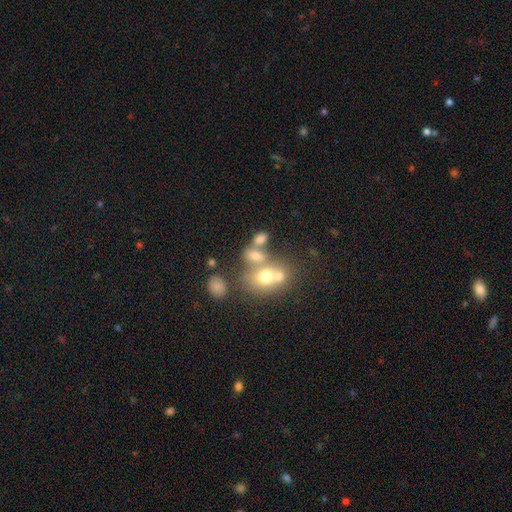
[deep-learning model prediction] smooth_or_featured: smooth (p=0.63) [alt: featured or disk p=0.21]
how_rounded: in between (p=0.63) [alt: round p=0.34]
merging: merger (p=0.49) [alt: none p=0.32]